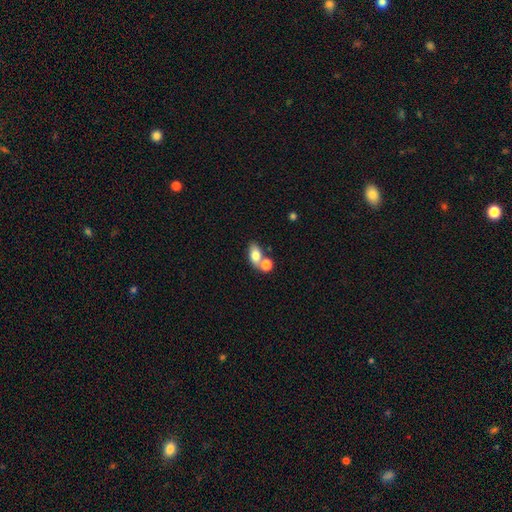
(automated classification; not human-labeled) Smooth or featured? smooth (77%)
How rounded? in between (81%)
Merging? none (43%)